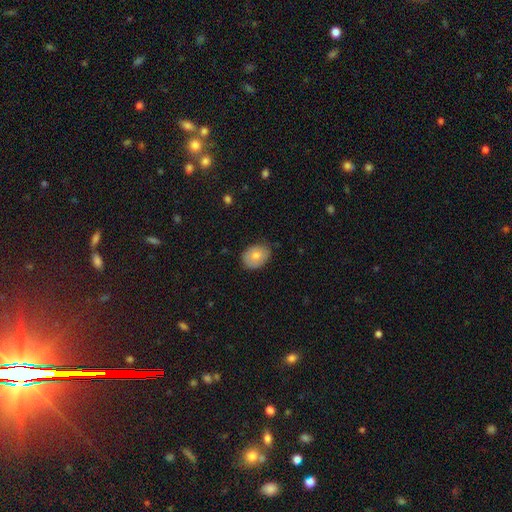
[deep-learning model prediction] Smooth or featured: smooth — 74% (featured or disk — 19%)
How rounded: in between — 62% (round — 37%)
Merging: none — 70% (minor disturbance — 26%)